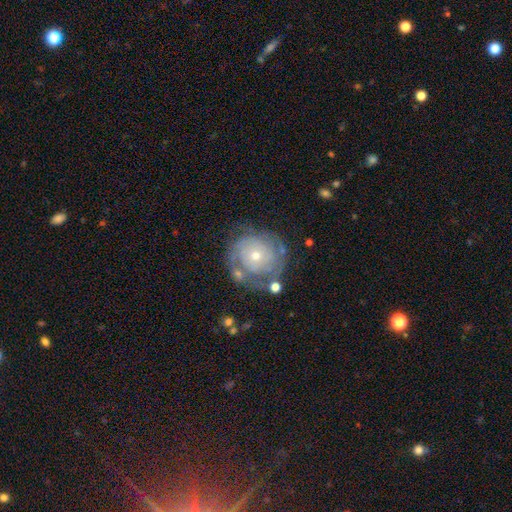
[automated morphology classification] smooth-or-featured: featured or disk: 76% | smooth: 17% | star or artifact: 7%
  disk-edge-on: no: 98% | yes: 2%
    bar: no: 84% | weak: 13% | strong: 3%
    has-spiral-arms: yes: 85% | no: 15%
      spiral-winding: tight: 76% | medium: 18% | loose: 6%
      spiral-arm-count: can't tell: 43% | 2: 27% | 3: 14% | 1: 6% | 4: 6% | more than 4: 4%
    bulge-size: small: 60% | moderate: 36% | large: 2% | none: 1% | dominant: 1%
  merging: none: 67% | minor disturbance: 19% | major disturbance: 10% | merger: 5%